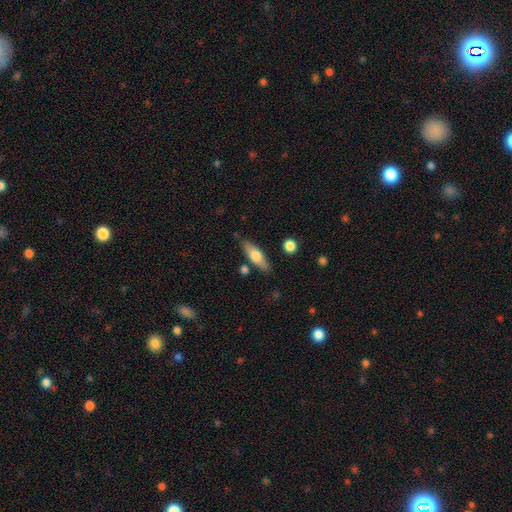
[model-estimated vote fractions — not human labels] Q: Smooth or featured?
A: smooth (60%); runner-up: featured or disk (34%)
Q: How rounded?
A: in between (51%); runner-up: cigar-shaped (46%)
Q: Merging?
A: none (82%); runner-up: minor disturbance (11%)